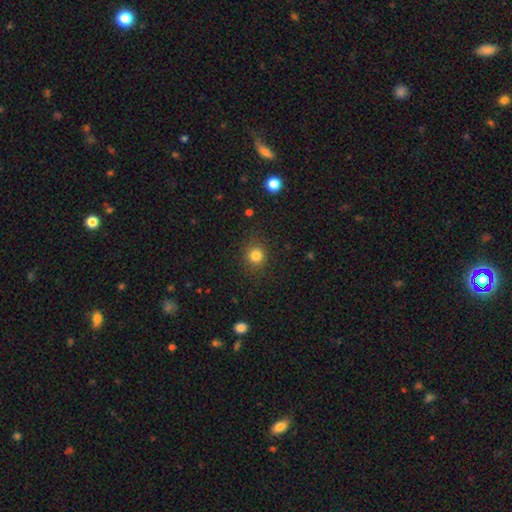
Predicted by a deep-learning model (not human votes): Smooth or featured?
  - smooth: 82% *
  - star or artifact: 12%
  - featured or disk: 5%
How rounded?
  - round: 88% *
  - in between: 11%
  - cigar-shaped: 1%
Merging?
  - none: 87% *
  - minor disturbance: 9%
  - major disturbance: 3%
  - merger: 1%